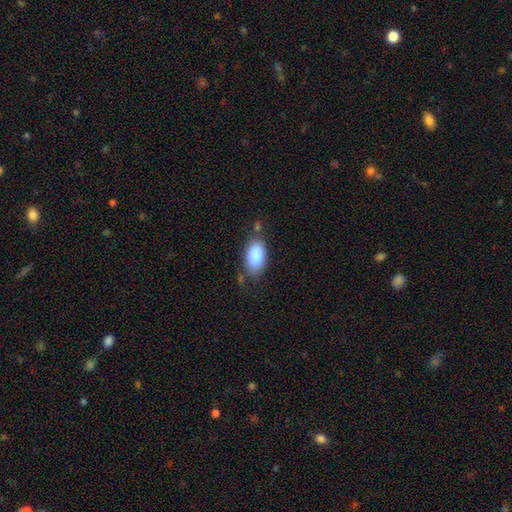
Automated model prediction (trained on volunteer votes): This appears to be a smooth galaxy with no disk features (88%) that is in between round and cigar-shaped (94%). Merging: none (67%).